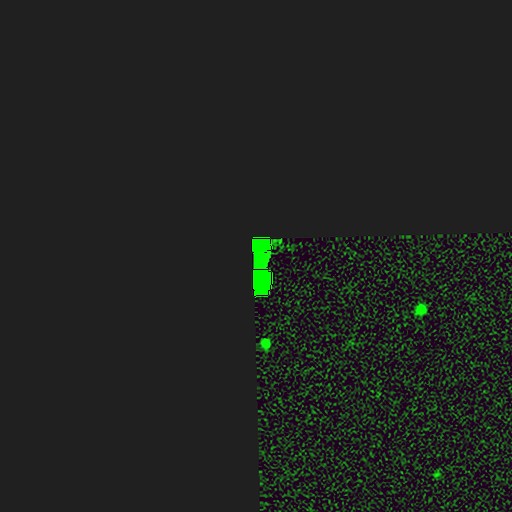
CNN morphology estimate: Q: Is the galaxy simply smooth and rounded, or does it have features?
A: star or artifact — 79%.